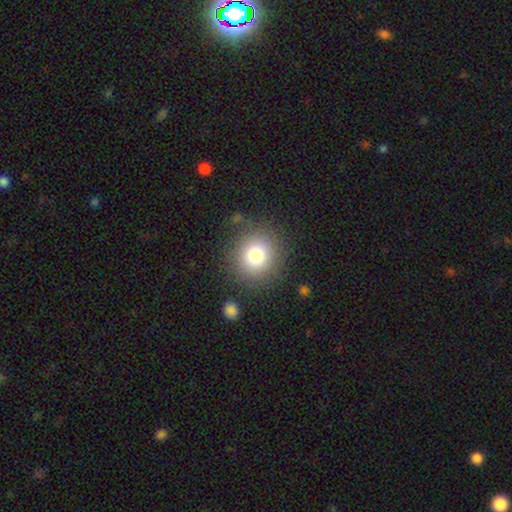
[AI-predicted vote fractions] smooth 79%, star or artifact 12%, featured or disk 9%. Down the decision tree: how rounded — round (89%); merging — none (84%).